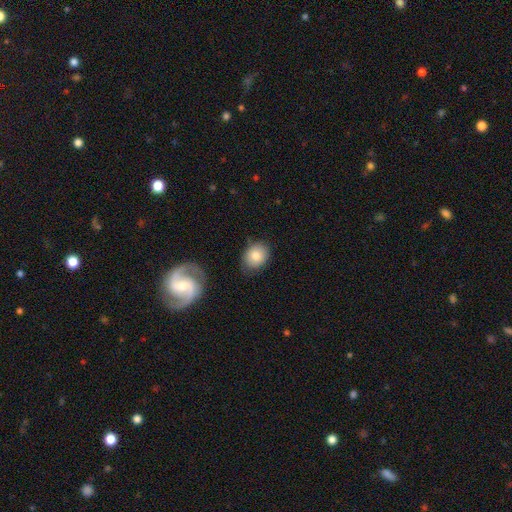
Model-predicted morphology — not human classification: Smooth or featured?
  - smooth: 78% *
  - featured or disk: 14%
  - star or artifact: 8%
How rounded?
  - round: 52% *
  - in between: 47%
  - cigar-shaped: 1%
Merging?
  - none: 76% *
  - minor disturbance: 18%
  - major disturbance: 4%
  - merger: 3%